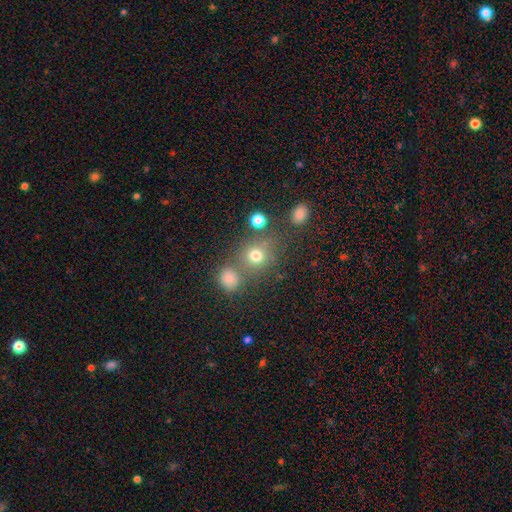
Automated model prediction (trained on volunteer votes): A smooth galaxy with no disk features (72%) that is round (81%).

Vote fractions:
- Smooth or featured? smooth: 72% / star or artifact: 18% / featured or disk: 9%
- How rounded? round: 81% / in between: 17% / cigar-shaped: 1%
- Merging? none: 64% / merger: 19% / minor disturbance: 11% / major disturbance: 6%